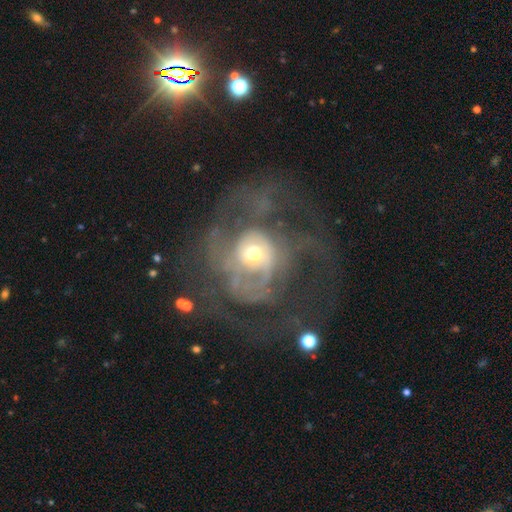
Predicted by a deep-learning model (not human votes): Smooth or featured? featured or disk (74%)
Edge-on disk? no (97%)
Bar? no (79%)
Spiral arms? yes (72%)
Spiral winding? medium (40%)
Spiral arm count? can't tell (38%)
Bulge size? moderate (60%)
Merging? major disturbance (50%)